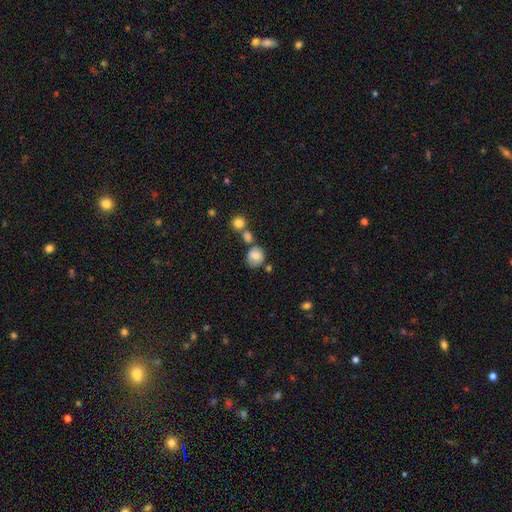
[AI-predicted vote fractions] Overall: smooth (74%). How rounded: round (72%). Merging: none (55%; merger 20%).